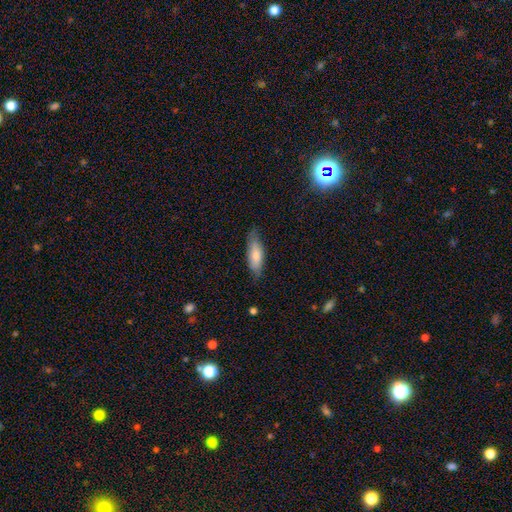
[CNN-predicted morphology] smooth-or-featured: smooth: 75% | featured or disk: 20% | star or artifact: 6%
  how-rounded: in between: 59% | cigar-shaped: 40% | round: 2%
  merging: none: 76% | minor disturbance: 20% | major disturbance: 3% | merger: 1%